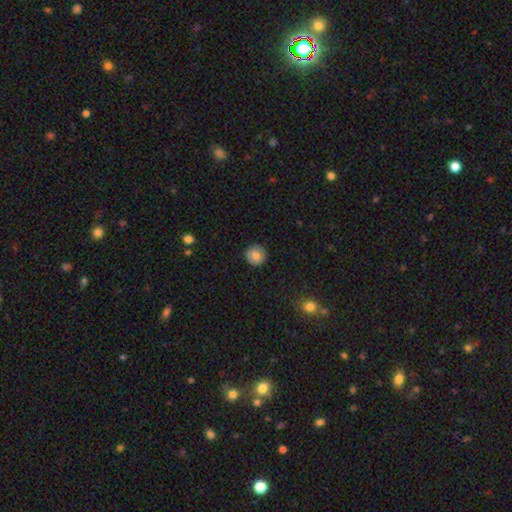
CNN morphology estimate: type=smooth (77%); roundness=round (93%); merging=none (87%).